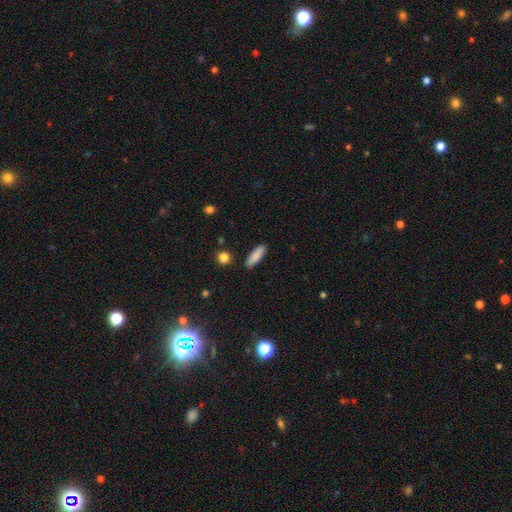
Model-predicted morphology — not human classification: smooth 87%, featured or disk 7%, star or artifact 6%. Down the decision tree: how rounded — cigar-shaped (54%); merging — none (89%).